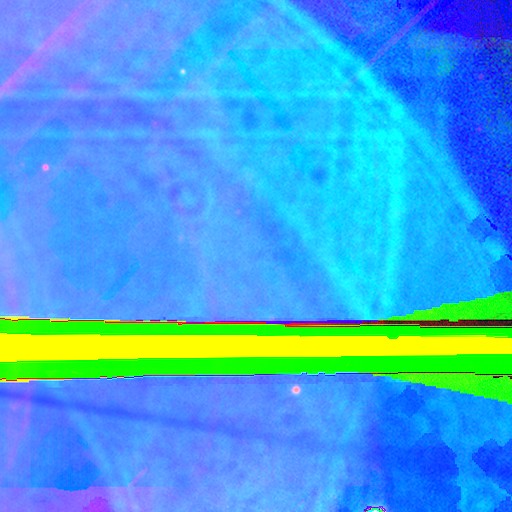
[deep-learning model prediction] A star or artifact, not a galaxy (85%).